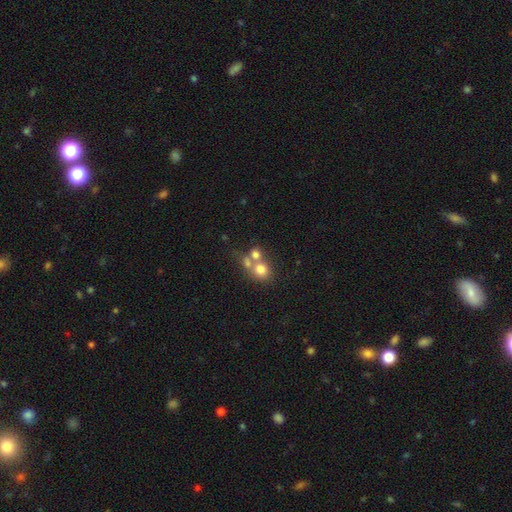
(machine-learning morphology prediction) A smooth galaxy with no disk features (69%) that is round (79%).

Vote fractions:
- Smooth or featured? smooth: 69% / featured or disk: 17% / star or artifact: 14%
- How rounded? round: 79% / in between: 20% / cigar-shaped: 1%
- Merging? merger: 51% / none: 38% / minor disturbance: 7% / major disturbance: 4%